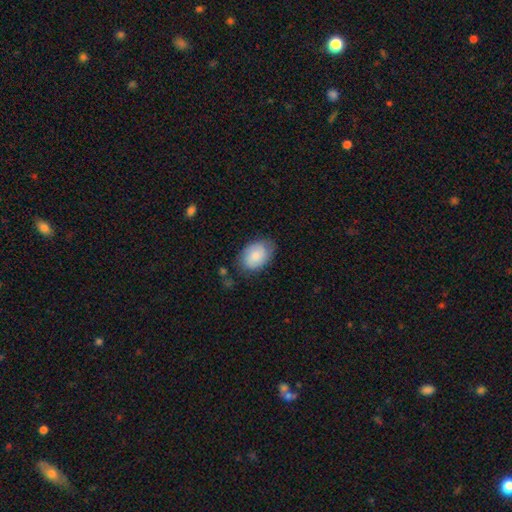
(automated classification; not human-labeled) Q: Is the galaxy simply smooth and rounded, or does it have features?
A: smooth — 70%.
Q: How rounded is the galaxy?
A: in between — 83%.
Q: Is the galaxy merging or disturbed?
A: none — 72%.